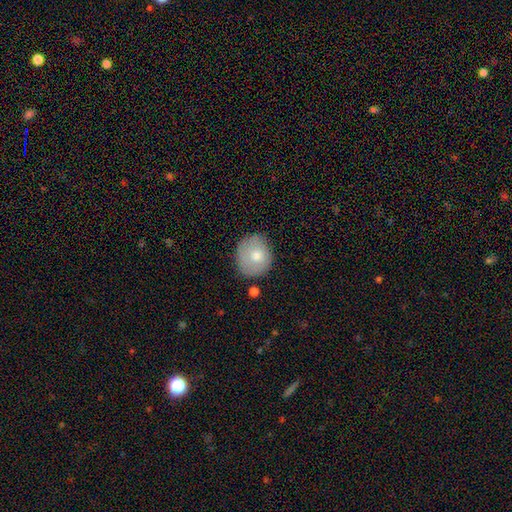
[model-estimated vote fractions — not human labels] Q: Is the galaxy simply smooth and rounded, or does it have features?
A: smooth — 73%.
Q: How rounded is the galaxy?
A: round — 82%.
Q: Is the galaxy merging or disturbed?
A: none — 73%.